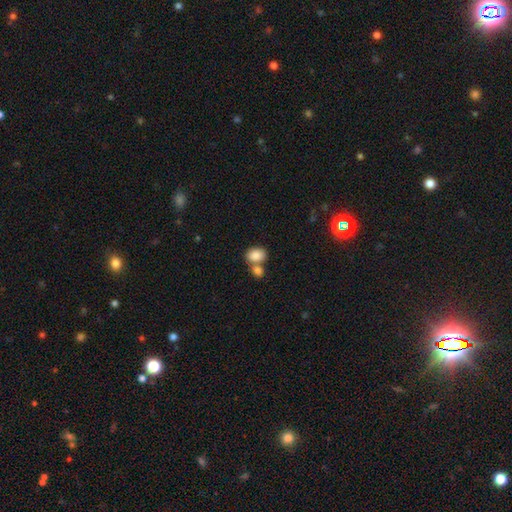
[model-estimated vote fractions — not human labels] This appears to be a smooth galaxy with no disk features (86%) that is in between round and cigar-shaped (75%). Merging: merger (46%).